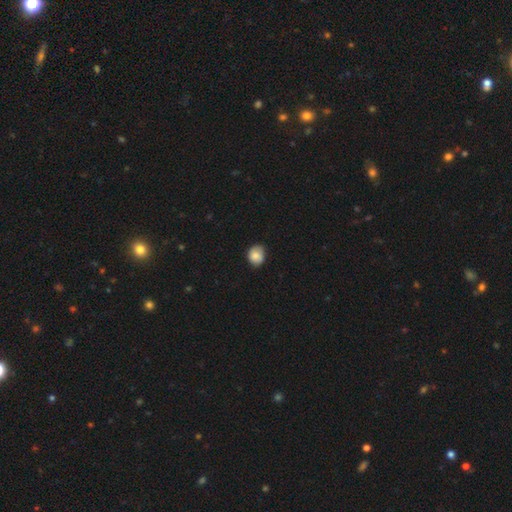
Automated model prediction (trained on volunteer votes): Morphology: type=smooth (85%); roundness=round (61%); merging=none (80%).